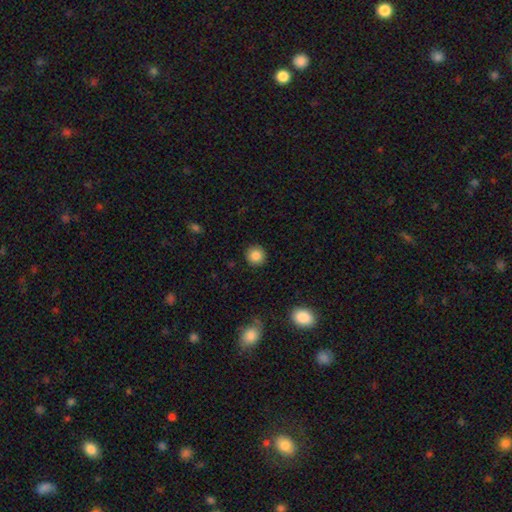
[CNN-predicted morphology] Smooth or featured?
  - smooth: 86% *
  - star or artifact: 10%
  - featured or disk: 5%
How rounded?
  - round: 94% *
  - in between: 5%
  - cigar-shaped: 1%
Merging?
  - none: 92% *
  - minor disturbance: 5%
  - major disturbance: 2%
  - merger: 1%